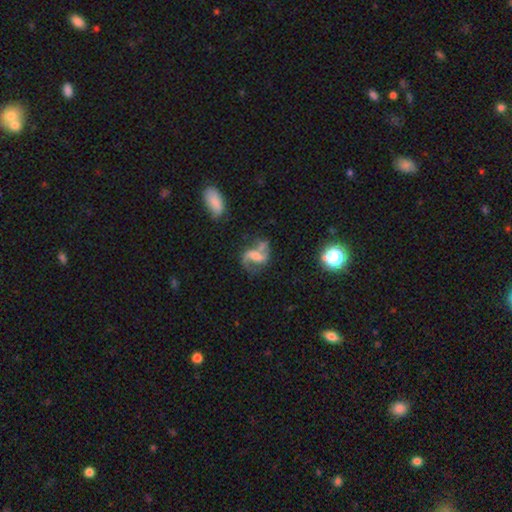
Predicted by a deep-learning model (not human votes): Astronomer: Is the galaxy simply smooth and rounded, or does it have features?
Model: featured or disk — 75%.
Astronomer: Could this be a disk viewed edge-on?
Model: no — 97%.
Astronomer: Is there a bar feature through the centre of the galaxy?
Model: weak — 42% (runner-up: strong, 29%).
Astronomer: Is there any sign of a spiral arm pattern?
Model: yes — 88%.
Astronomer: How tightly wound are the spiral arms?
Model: loose — 60%.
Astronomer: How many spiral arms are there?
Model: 2 — 80%.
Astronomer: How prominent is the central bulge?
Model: moderate — 32% (runner-up: small, 29%).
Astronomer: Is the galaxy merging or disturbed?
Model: none — 43% (runner-up: major disturbance, 24%).